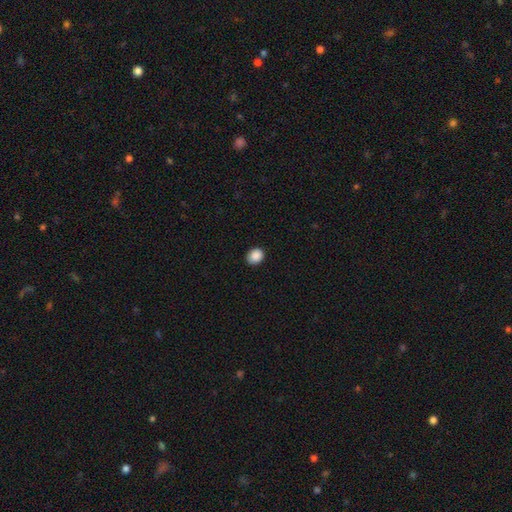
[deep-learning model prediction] A smooth galaxy with no disk features (89%) that is round (60%). Merging: none (89%).